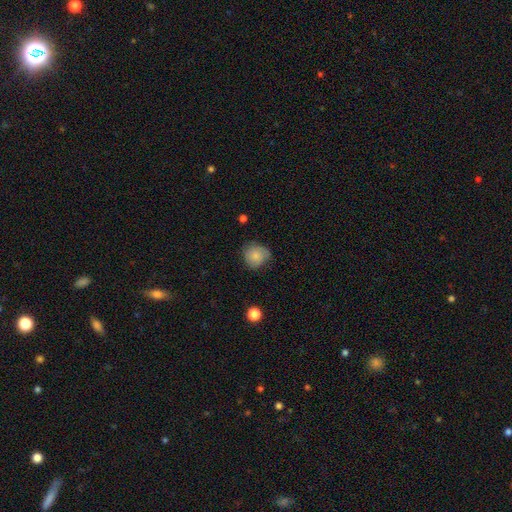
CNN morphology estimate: This appears to be a smooth galaxy with no disk features (78%) that is round (81%). Merging: none (61%).